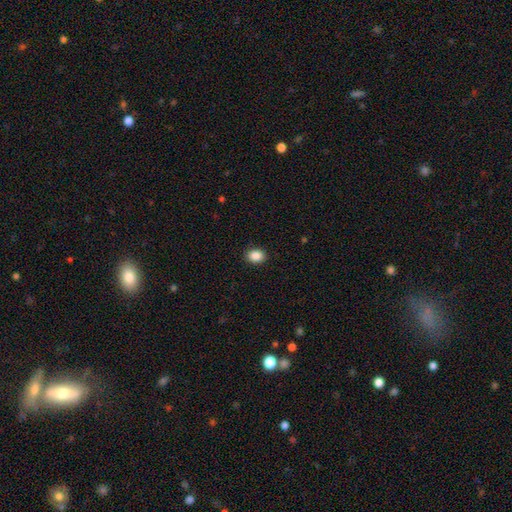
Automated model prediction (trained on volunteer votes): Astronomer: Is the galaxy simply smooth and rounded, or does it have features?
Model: smooth — 88%.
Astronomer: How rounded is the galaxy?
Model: in between — 58% (runner-up: round, 41%).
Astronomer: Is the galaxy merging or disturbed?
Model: none — 90%.